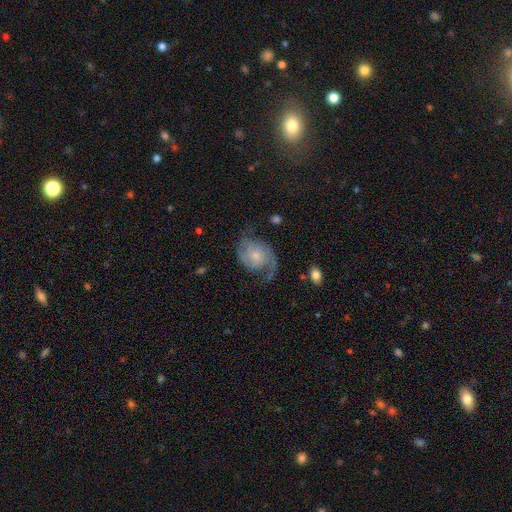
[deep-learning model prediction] A featured or disk galaxy (80%) with no bar (67%), 2 (83%) medium (44%) spiral arms (95%) and a small central bulge (46%).

Vote fractions:
- Smooth or featured? featured or disk: 80% / smooth: 13% / star or artifact: 6%
- Edge-on disk? no: 98% / yes: 2%
- Bar? no: 67% / weak: 28% / strong: 4%
- Spiral arms? yes: 95% / no: 5%
- Spiral winding? medium: 44% / loose: 38% / tight: 17%
- Spiral arm count? 2: 83% / 1: 9% / can't tell: 4% / 3: 2% / 4: 1% / more than 4: 1%
- Bulge size? small: 46% / moderate: 39% / none: 8% / large: 6% / dominant: 2%
- Merging? none: 60% / minor disturbance: 21% / major disturbance: 17% / merger: 2%